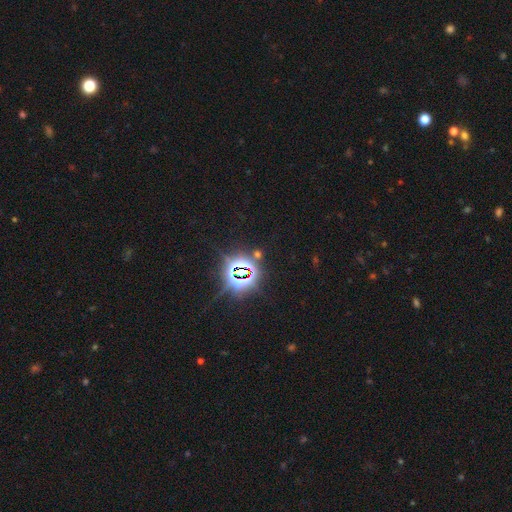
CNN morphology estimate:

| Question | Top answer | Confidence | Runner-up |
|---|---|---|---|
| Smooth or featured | star or artifact | 83% | smooth (9%) |